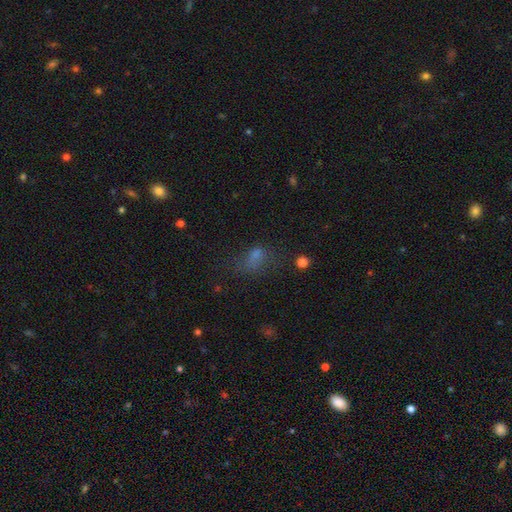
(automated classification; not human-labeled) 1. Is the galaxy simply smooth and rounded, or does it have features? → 58% smooth, 25% star or artifact, 17% featured or disk.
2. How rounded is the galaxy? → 73% in between, 20% round, 6% cigar-shaped.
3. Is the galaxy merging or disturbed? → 44% none, 29% major disturbance, 22% minor disturbance, 6% merger.